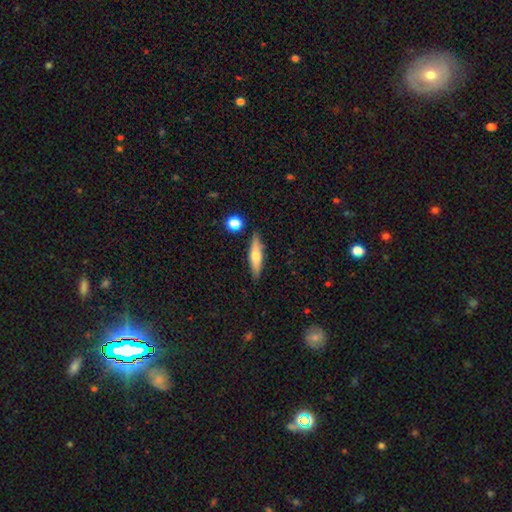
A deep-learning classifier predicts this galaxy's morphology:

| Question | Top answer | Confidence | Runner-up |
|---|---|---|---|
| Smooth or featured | smooth | 54% | featured or disk (39%) |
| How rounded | cigar-shaped | 75% | in between (22%) |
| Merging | none | 84% | minor disturbance (10%) |